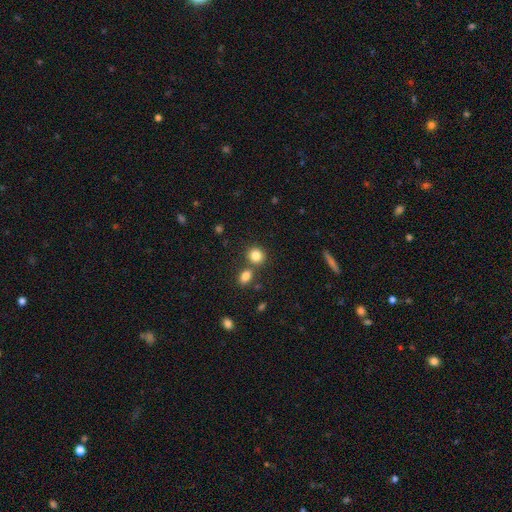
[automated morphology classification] Smooth or featured? smooth (84%)
How rounded? round (80%)
Merging? none (67%)